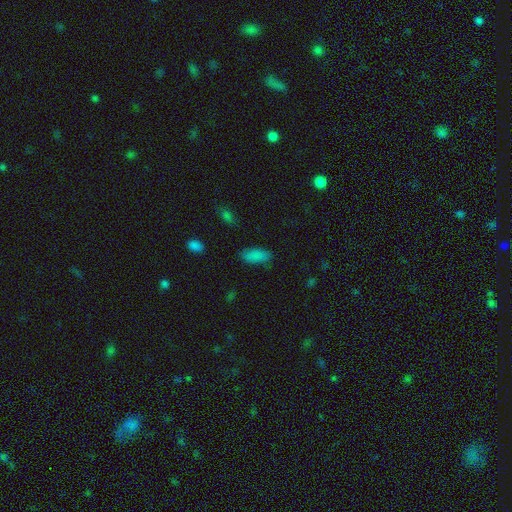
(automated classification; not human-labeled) Smooth or featured?
  - smooth: 86% *
  - star or artifact: 10%
  - featured or disk: 5%
How rounded?
  - in between: 88% *
  - cigar-shaped: 9%
  - round: 2%
Merging?
  - none: 82% *
  - minor disturbance: 13%
  - major disturbance: 3%
  - merger: 2%